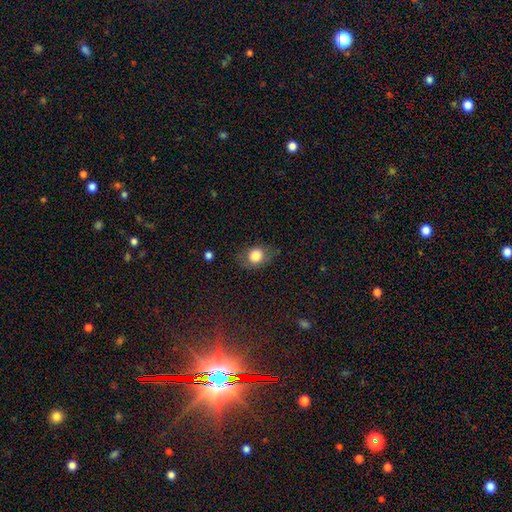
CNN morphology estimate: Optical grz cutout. It shows a smooth galaxy with no disk features (80%) that is round (59%). Merging: none (69%).